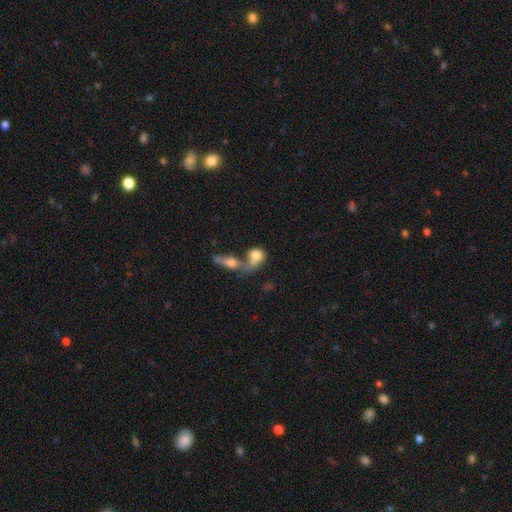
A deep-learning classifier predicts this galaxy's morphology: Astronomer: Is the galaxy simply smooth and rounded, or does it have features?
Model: smooth — 73%.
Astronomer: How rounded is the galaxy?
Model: in between — 51% (runner-up: round, 44%).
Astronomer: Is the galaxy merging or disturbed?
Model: merger — 64%.